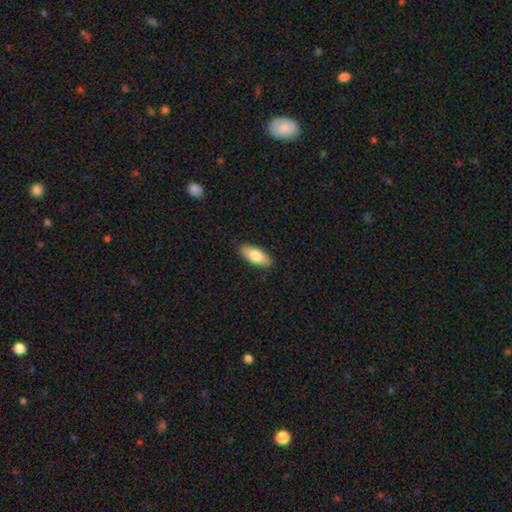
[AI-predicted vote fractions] This is clearly a smooth galaxy (80%). How rounded: clearly in between (83%). Merging: clearly none (88%).